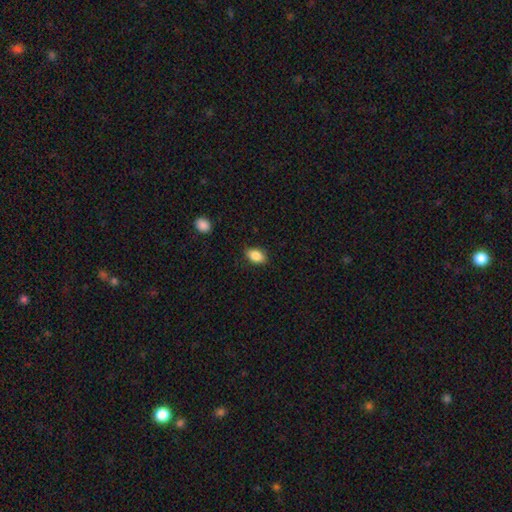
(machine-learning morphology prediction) Smooth or featured? smooth (86%)
How rounded? in between (88%)
Merging? none (85%)